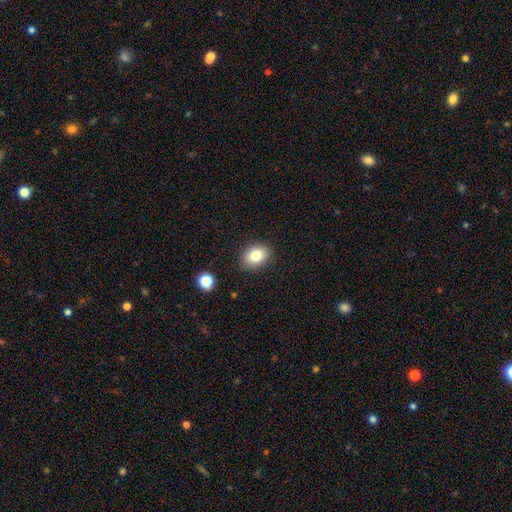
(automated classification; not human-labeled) A smooth galaxy with no disk features (81%) that is in between round and cigar-shaped (68%).

Vote fractions:
- Smooth or featured? smooth: 81% / star or artifact: 10% / featured or disk: 9%
- How rounded? in between: 68% / round: 31% / cigar-shaped: 1%
- Merging? none: 86% / minor disturbance: 10% / major disturbance: 3% / merger: 2%